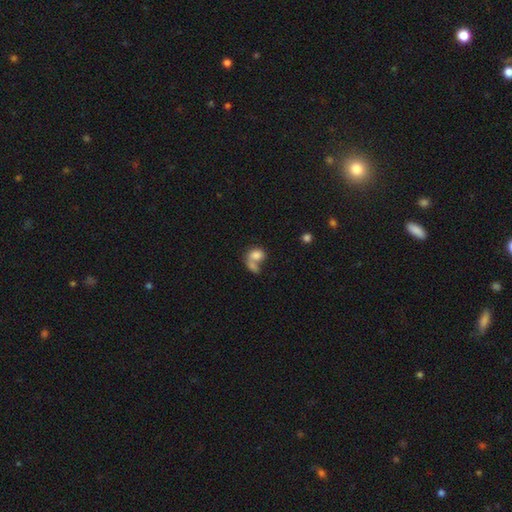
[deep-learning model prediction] Smooth or featured?
  - smooth: 77% *
  - featured or disk: 14%
  - star or artifact: 9%
How rounded?
  - in between: 69% *
  - round: 29%
  - cigar-shaped: 2%
Merging?
  - merger: 60% *
  - none: 22%
  - major disturbance: 10%
  - minor disturbance: 8%